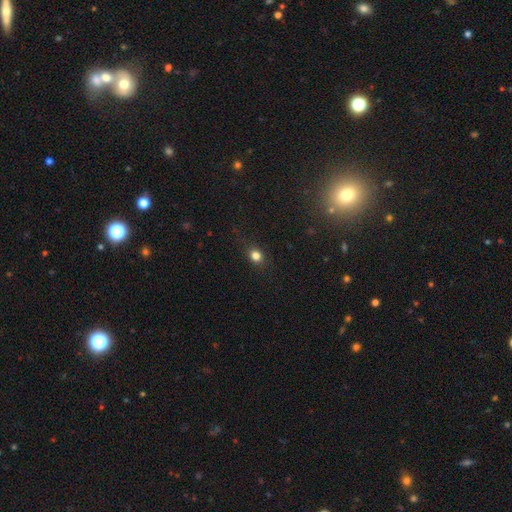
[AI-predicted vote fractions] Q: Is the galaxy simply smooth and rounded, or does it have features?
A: smooth — 80%.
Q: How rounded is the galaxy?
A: round — 63%.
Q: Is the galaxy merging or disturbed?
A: none — 83%.